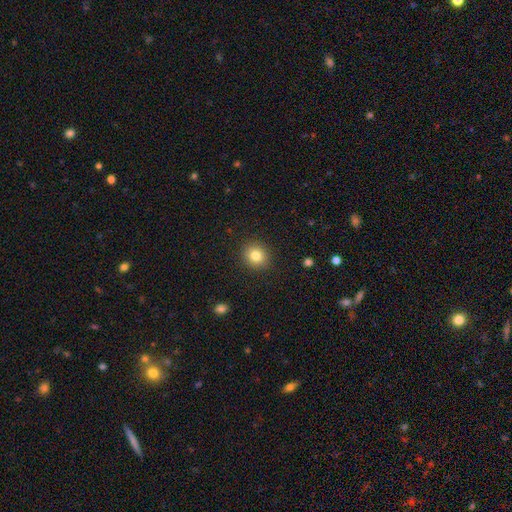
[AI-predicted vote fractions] smooth 82%, star or artifact 11%, featured or disk 7%. Down the decision tree: how rounded — round (83%); merging — none (90%).